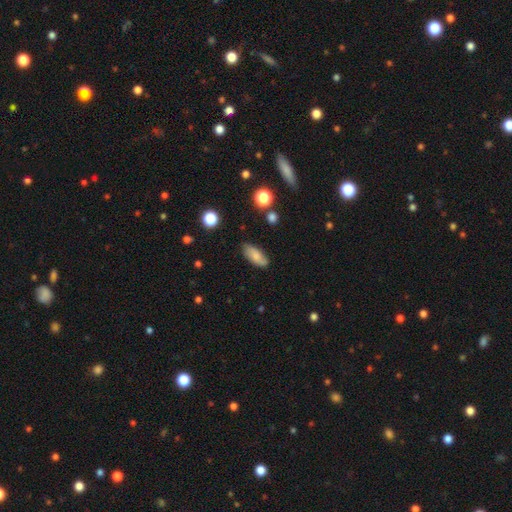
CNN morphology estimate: Smooth or featured: smooth — 76% (featured or disk — 16%)
How rounded: in between — 83% (cigar-shaped — 14%)
Merging: none — 79% (minor disturbance — 16%)